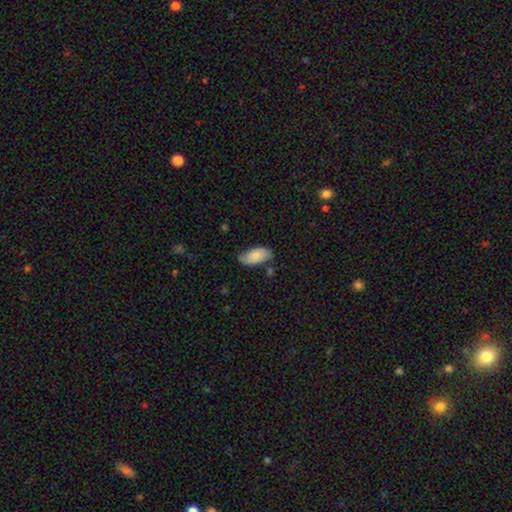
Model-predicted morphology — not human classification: Overall: smooth (81%). How rounded: in between (94%). Merging: none (67%).